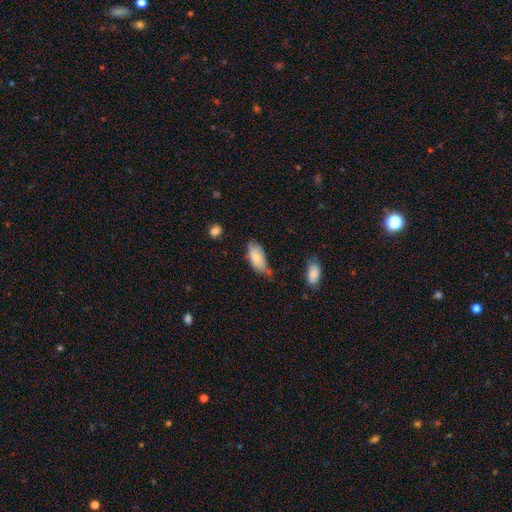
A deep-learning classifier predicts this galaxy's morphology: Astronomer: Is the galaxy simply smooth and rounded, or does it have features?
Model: smooth — 77%.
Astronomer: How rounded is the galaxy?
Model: in between — 90%.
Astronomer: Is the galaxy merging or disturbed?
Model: minor disturbance — 45% (runner-up: none, 34%).